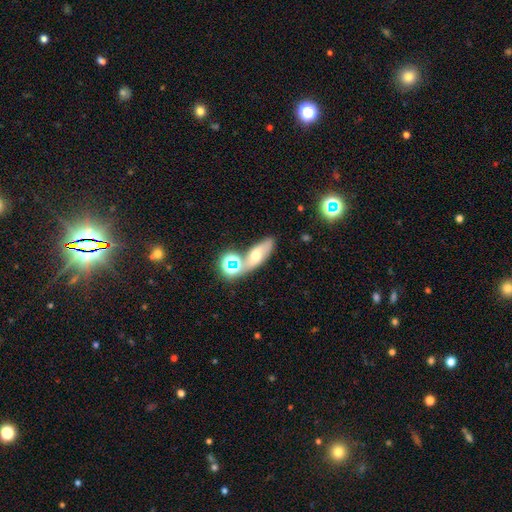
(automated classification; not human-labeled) Smooth or featured? smooth (44%)
Merging? none (53%)